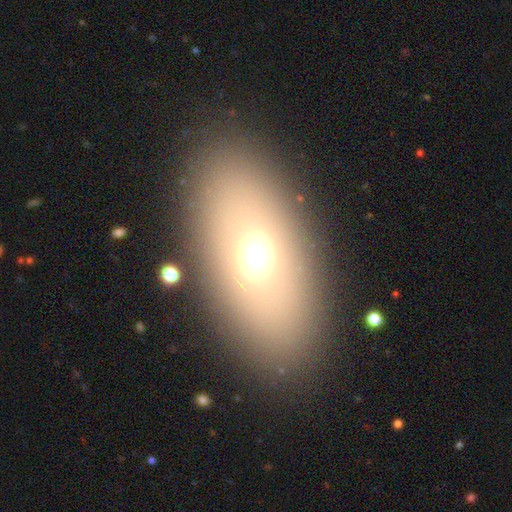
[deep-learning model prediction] Morphology: type=smooth (61%); roundness=in between (83%); merging=none (86%).